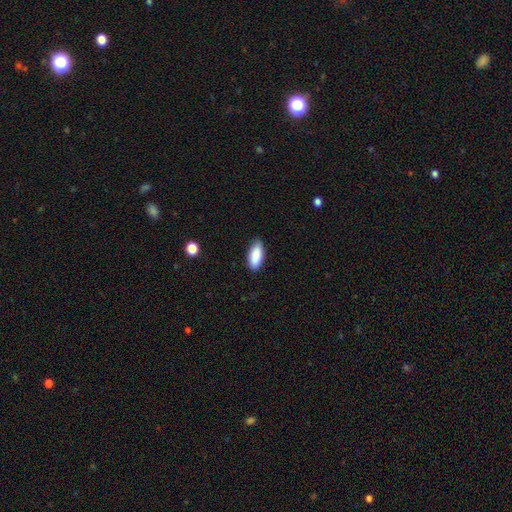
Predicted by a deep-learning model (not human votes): This is clearly a smooth galaxy (88%). How rounded: likely in between (80%). Merging: clearly none (86%).